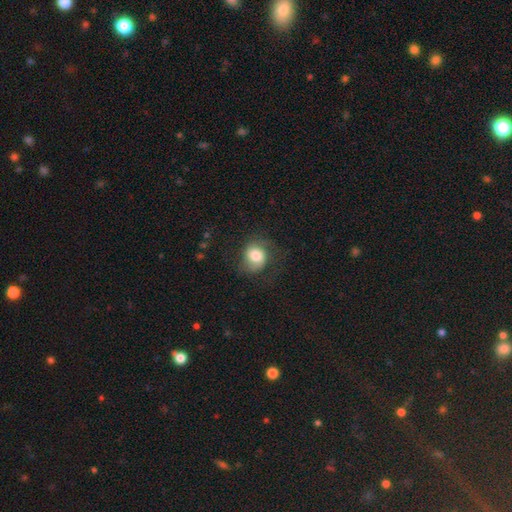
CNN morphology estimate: smooth_or_featured: smooth (p=0.61) [alt: featured or disk p=0.30]
how_rounded: round (p=0.62) [alt: in between p=0.37]
merging: none (p=0.56) [alt: minor disturbance p=0.23]